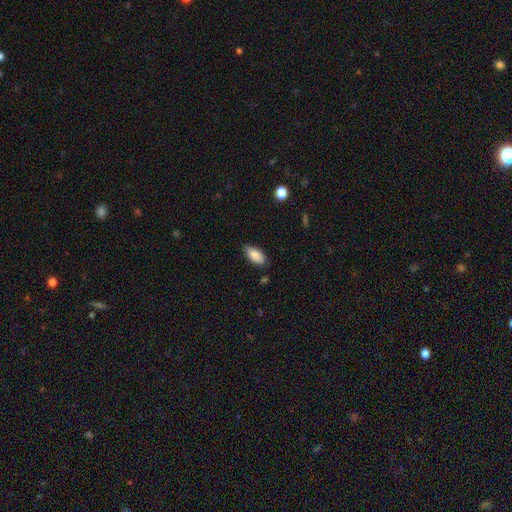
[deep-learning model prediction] A smooth galaxy with no disk features (88%) that is in between round and cigar-shaped (90%).

Vote fractions:
- Smooth or featured? smooth: 88% / star or artifact: 6% / featured or disk: 6%
- How rounded? in between: 90% / cigar-shaped: 8% / round: 2%
- Merging? none: 82% / minor disturbance: 14% / major disturbance: 2% / merger: 1%